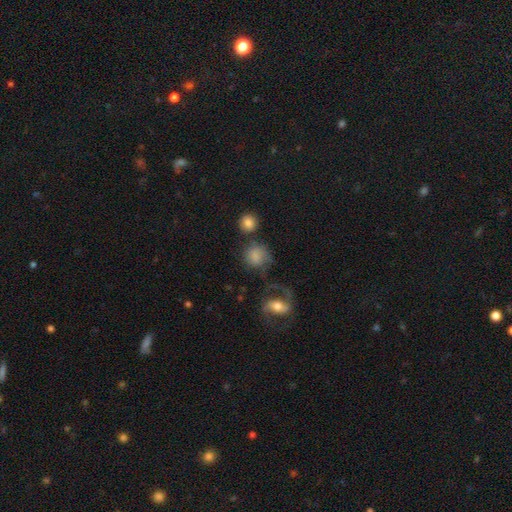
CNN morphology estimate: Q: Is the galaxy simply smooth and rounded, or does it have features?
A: smooth — 68%.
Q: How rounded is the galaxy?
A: round — 75%.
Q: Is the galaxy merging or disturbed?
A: none — 50%.